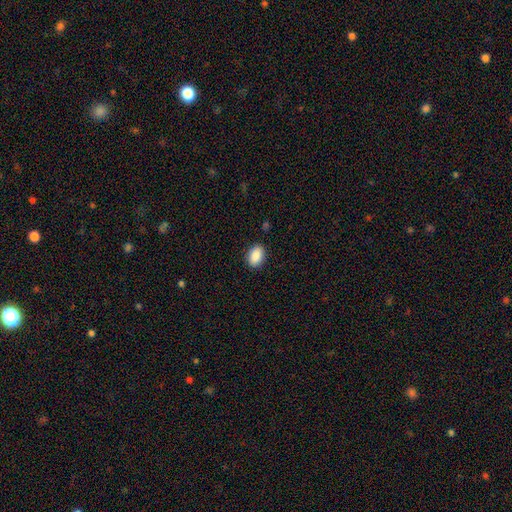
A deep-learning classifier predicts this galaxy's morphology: Smooth or featured?
  - smooth: 89% *
  - star or artifact: 7%
  - featured or disk: 4%
How rounded?
  - in between: 86% *
  - round: 13%
  - cigar-shaped: 1%
Merging?
  - none: 88% *
  - minor disturbance: 9%
  - major disturbance: 2%
  - merger: 1%